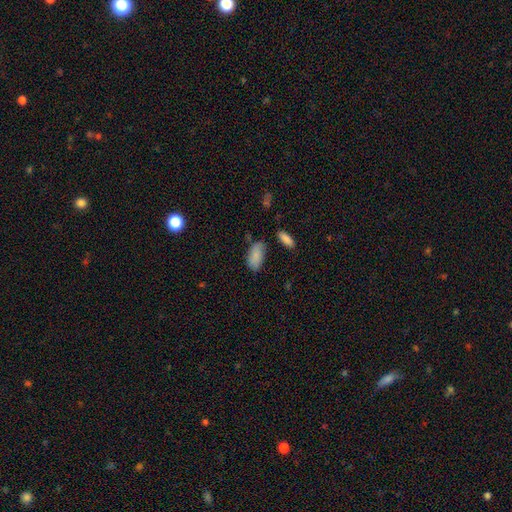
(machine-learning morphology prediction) type=smooth (85%); roundness=in between (92%); merging=none (69%).